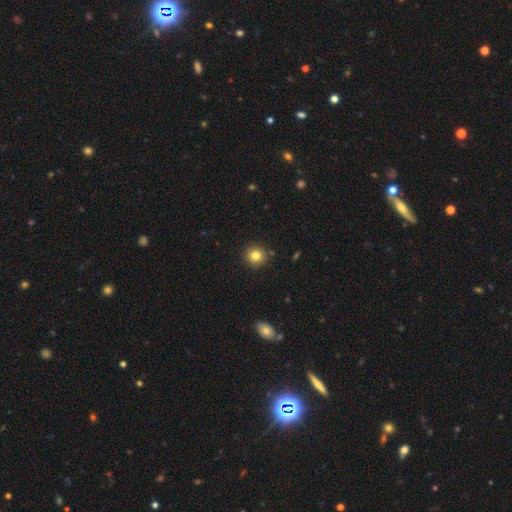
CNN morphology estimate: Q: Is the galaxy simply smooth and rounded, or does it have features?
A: smooth — 81%.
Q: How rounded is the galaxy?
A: round — 94%.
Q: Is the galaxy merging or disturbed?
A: none — 89%.